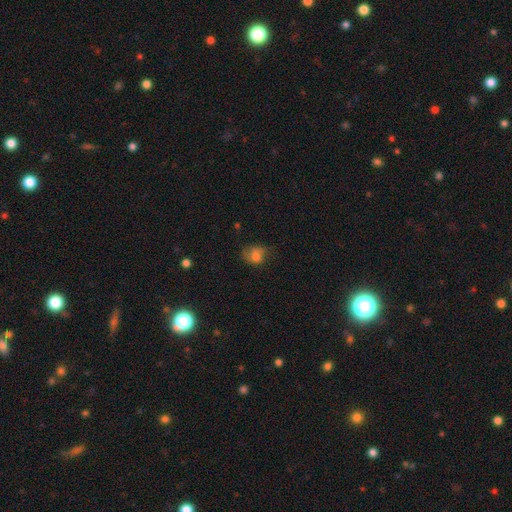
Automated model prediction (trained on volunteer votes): Smooth or featured? Predicted: smooth (p=0.64). How rounded? Predicted: round (p=0.52). Merging? Predicted: none (p=0.46).